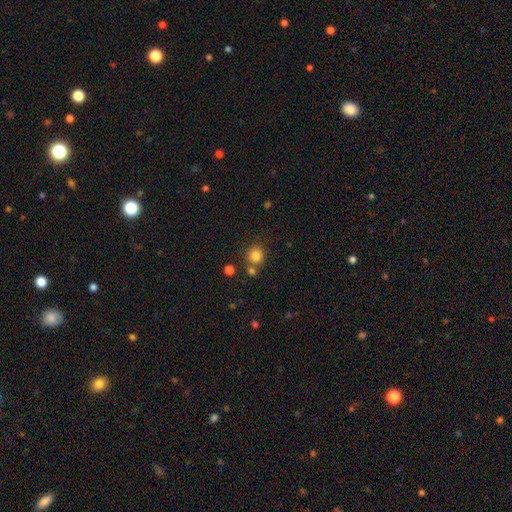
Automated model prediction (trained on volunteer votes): A smooth galaxy with no disk features (82%) that is round (91%). Merging: none (73%).